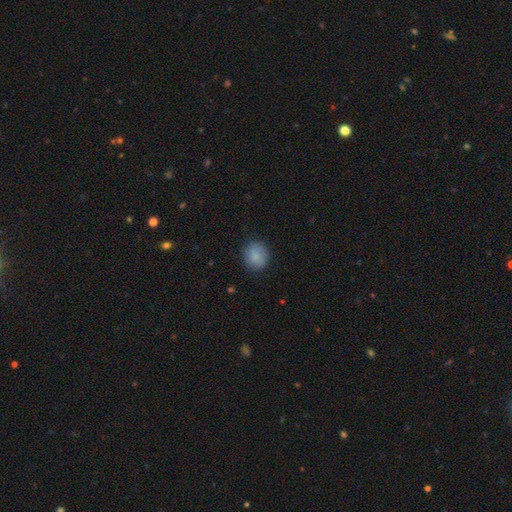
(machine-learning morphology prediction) A smooth galaxy with no disk features (87%) that is round (77%). Merging: none (85%).